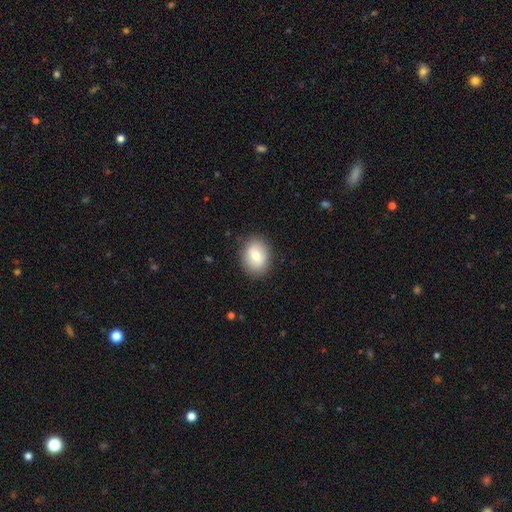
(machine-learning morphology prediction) Smooth or featured? smooth (76%)
How rounded? in between (51%)
Merging? none (87%)